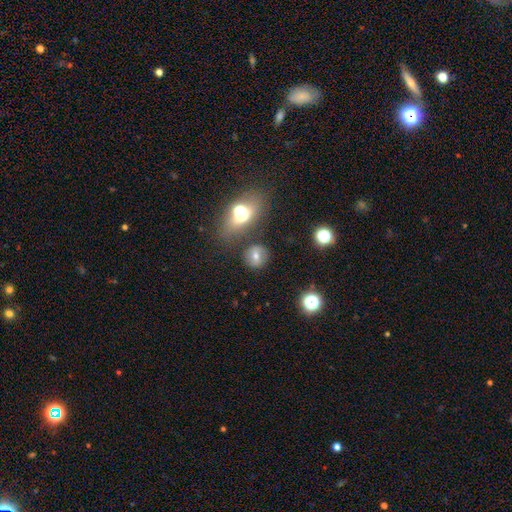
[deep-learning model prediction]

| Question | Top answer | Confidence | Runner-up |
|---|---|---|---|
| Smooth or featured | smooth | 60% | featured or disk (24%) |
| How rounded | round | 83% | in between (16%) |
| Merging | none | 77% | minor disturbance (12%) |